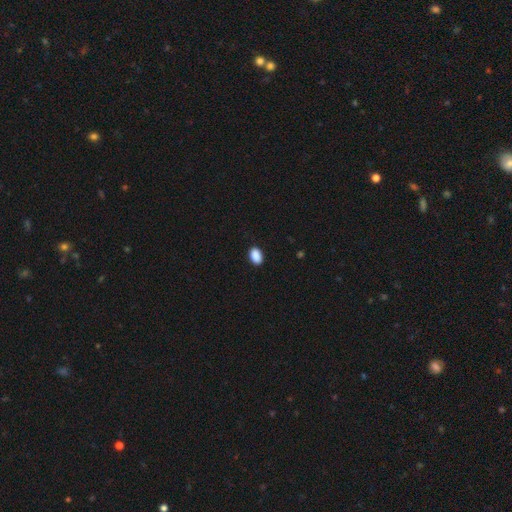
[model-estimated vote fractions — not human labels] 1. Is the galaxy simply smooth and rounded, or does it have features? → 90% smooth, 8% star or artifact, 2% featured or disk.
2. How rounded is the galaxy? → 87% in between, 11% round, 1% cigar-shaped.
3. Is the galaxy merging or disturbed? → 89% none, 9% minor disturbance, 2% major disturbance, 1% merger.